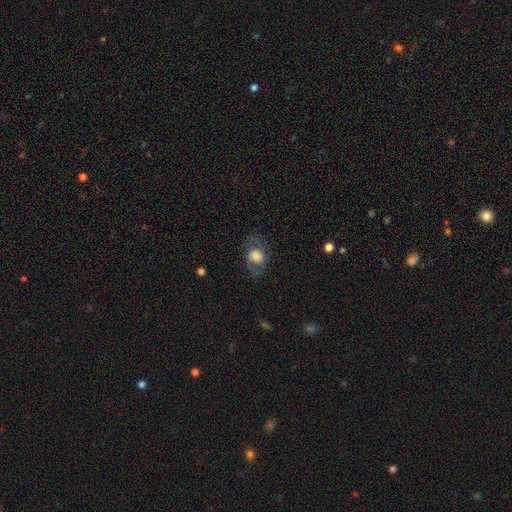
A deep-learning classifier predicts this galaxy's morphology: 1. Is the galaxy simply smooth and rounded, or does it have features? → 56% smooth, 35% featured or disk, 9% star or artifact.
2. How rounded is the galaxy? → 55% in between, 44% round, 1% cigar-shaped.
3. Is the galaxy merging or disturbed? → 66% none, 18% minor disturbance, 15% major disturbance, 1% merger.